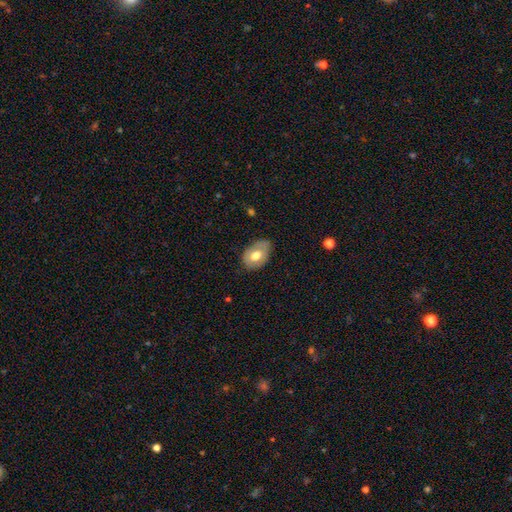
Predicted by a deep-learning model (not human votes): smooth-or-featured: smooth: 62% | featured or disk: 32% | star or artifact: 7%
  how-rounded: in between: 82% | round: 17% | cigar-shaped: 1%
  merging: none: 67% | minor disturbance: 26% | major disturbance: 6% | merger: 1%